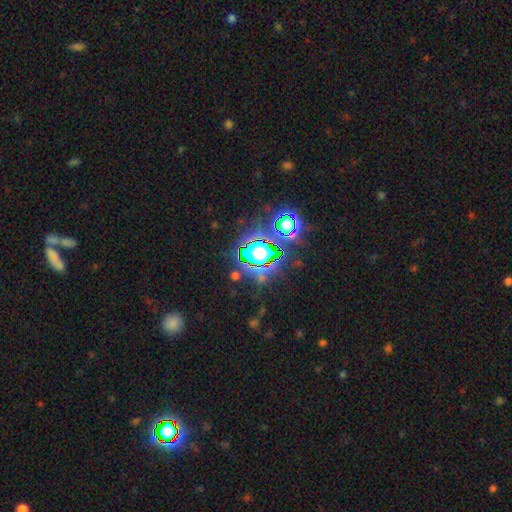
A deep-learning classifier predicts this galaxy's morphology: The model was most divided on "smooth or featured": star or artifact: 66%, smooth: 22%, featured or disk: 12%.